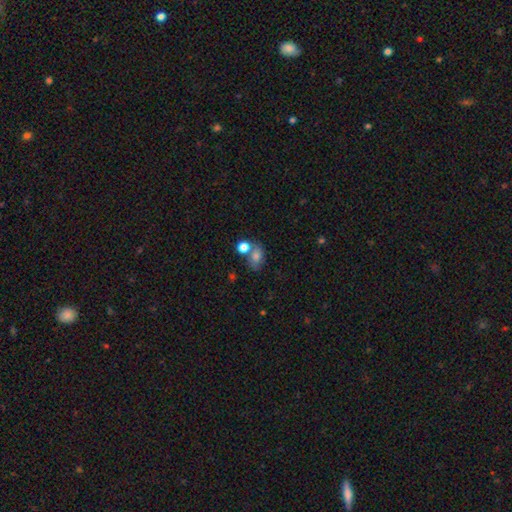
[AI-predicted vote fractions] This appears to be a smooth galaxy with no disk features (72%) that is in between round and cigar-shaped (66%). Merging: none (45%).